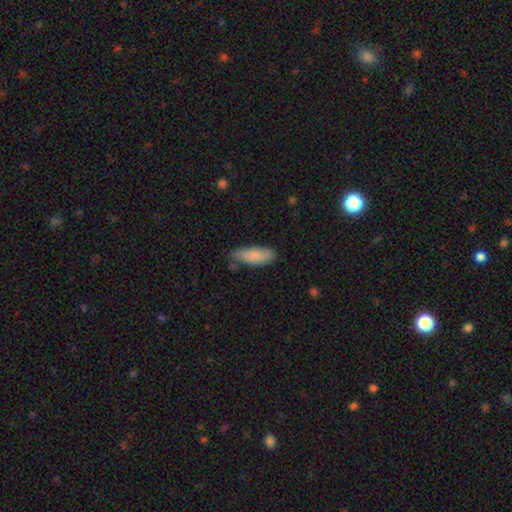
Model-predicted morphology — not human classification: A smooth galaxy with no disk features (86%) that is in between round and cigar-shaped (72%). Merging: none (66%).